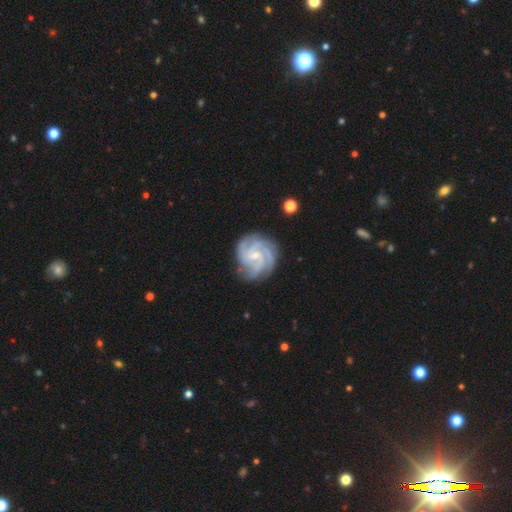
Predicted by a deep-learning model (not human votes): smooth_or_featured: featured or disk (p=0.89) [alt: smooth p=0.06]
disk_edge_on: no (p=0.98) [alt: yes p=0.02]
bar: no (p=0.47) [alt: weak p=0.44]
has_spiral_arms: yes (p=0.98) [alt: no p=0.02]
spiral_winding: tight (p=0.58) [alt: medium p=0.36]
spiral_arm_count: 4 (p=0.38) [alt: 3 p=0.29]
bulge_size: small (p=0.67) [alt: moderate p=0.27]
merging: none (p=0.77) [alt: minor disturbance p=0.16]